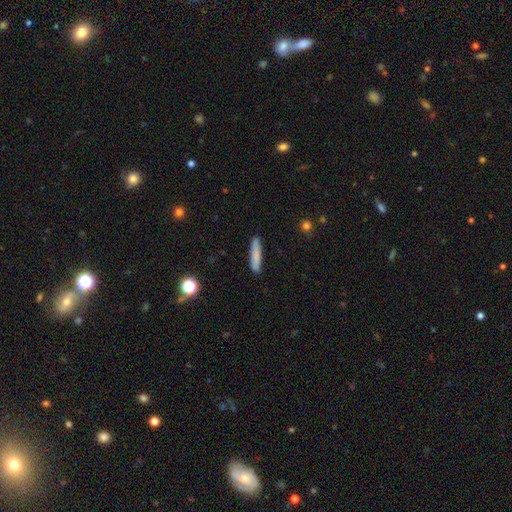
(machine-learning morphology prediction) Smooth or featured: smooth — 80% (featured or disk — 13%)
How rounded: cigar-shaped — 90% (in between — 8%)
Merging: none — 88% (minor disturbance — 9%)